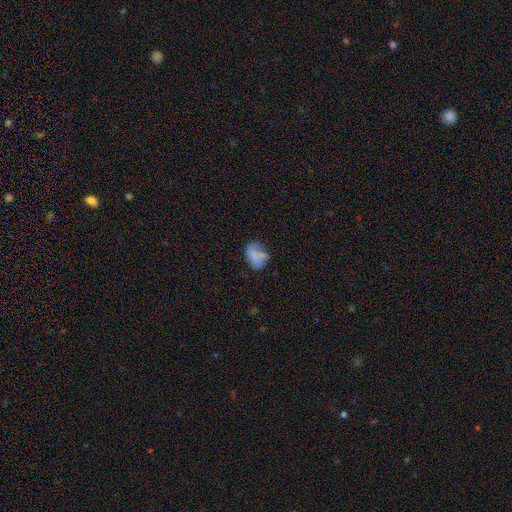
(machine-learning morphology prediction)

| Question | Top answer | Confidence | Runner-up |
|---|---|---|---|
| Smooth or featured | smooth | 68% | featured or disk (21%) |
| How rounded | in between | 73% | round (25%) |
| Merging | none | 47% | minor disturbance (30%) |